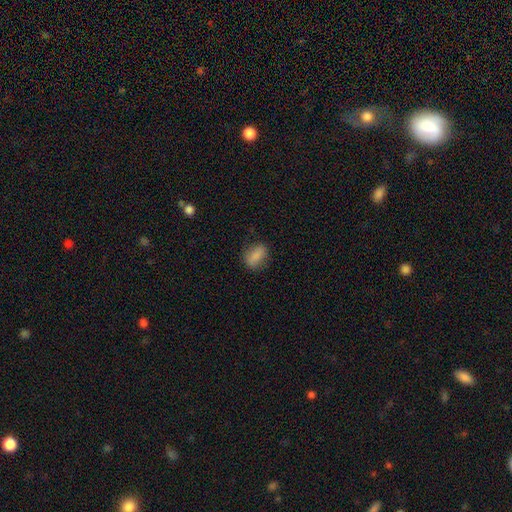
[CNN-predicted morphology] smooth 82%, featured or disk 9%, star or artifact 8%. Down the decision tree: how rounded — in between (78%); merging — none (77%).